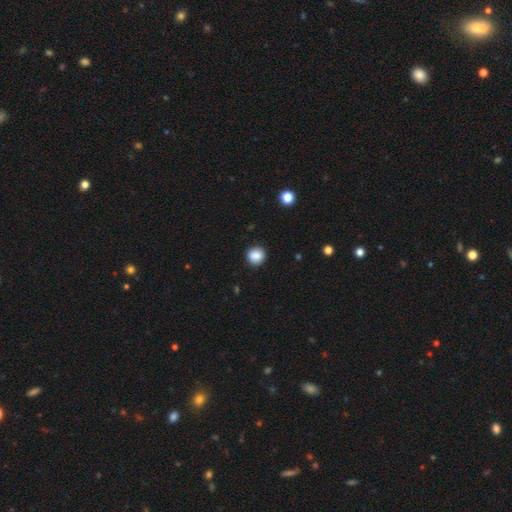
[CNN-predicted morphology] This appears to be a smooth galaxy with no disk features (87%) that is round (89%). Merging: none (90%).